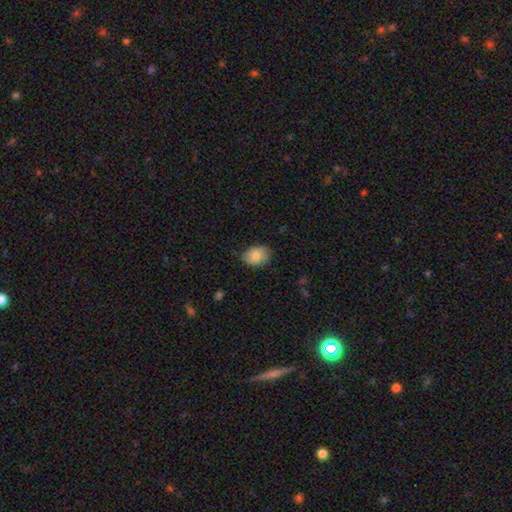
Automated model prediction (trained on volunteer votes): A smooth galaxy with no disk features (84%) that is in between round and cigar-shaped (77%). Merging: none (80%).